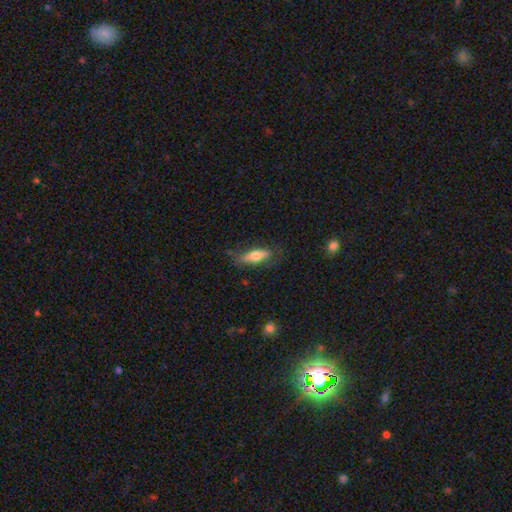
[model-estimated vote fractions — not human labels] smooth-or-featured: smooth: 63% | featured or disk: 31% | star or artifact: 6%
  how-rounded: in between: 52% | cigar-shaped: 45% | round: 3%
  merging: none: 73% | minor disturbance: 20% | major disturbance: 6% | merger: 2%